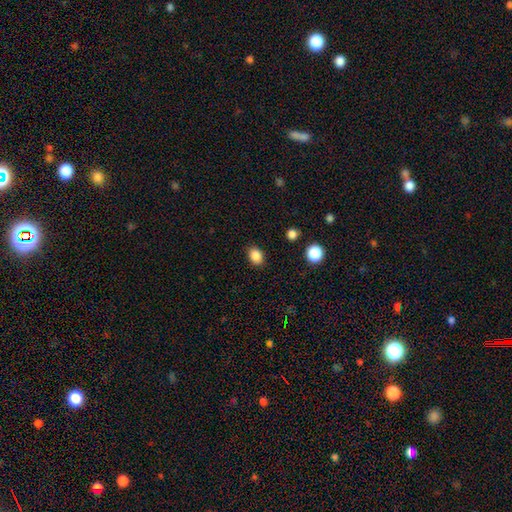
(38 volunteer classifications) Smooth or featured? 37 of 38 (97%) said smooth. How rounded? 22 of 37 (59%) said in between. Merging? 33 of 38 (87%) said none.